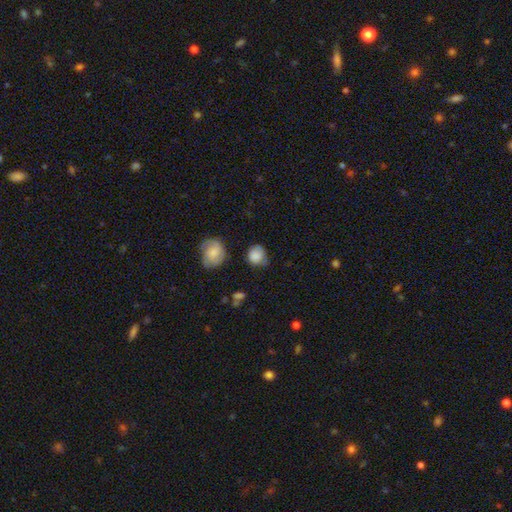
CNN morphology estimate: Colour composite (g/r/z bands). It shows a smooth galaxy with no disk features (84%) that is round (75%). Merging: none (56%).